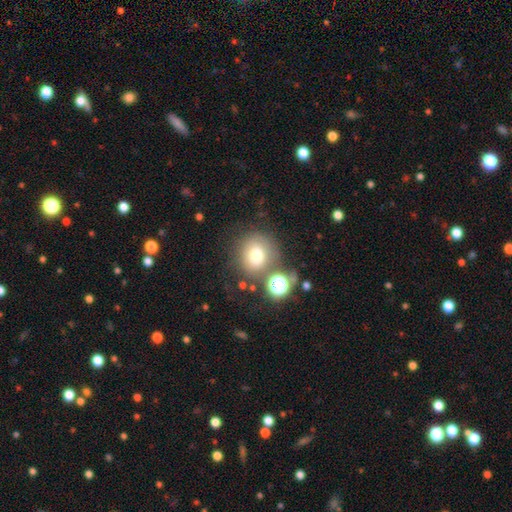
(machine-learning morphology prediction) Smooth or featured?
  - smooth: 70% *
  - star or artifact: 16%
  - featured or disk: 13%
How rounded?
  - round: 83% *
  - in between: 16%
  - cigar-shaped: 1%
Merging?
  - none: 68% *
  - minor disturbance: 13%
  - merger: 12%
  - major disturbance: 6%